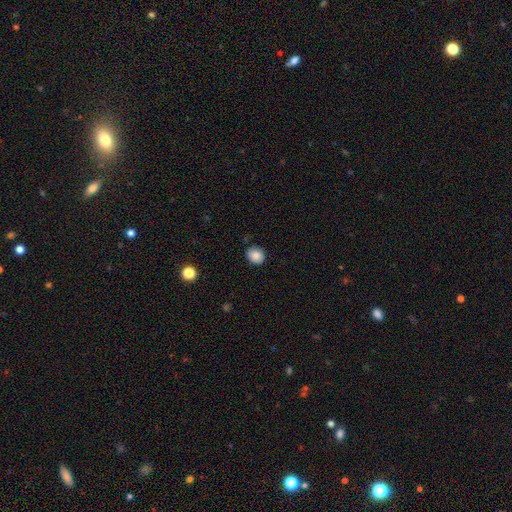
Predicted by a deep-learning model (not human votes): This is clearly a smooth galaxy (84%). How rounded: likely round (72%). Merging: clearly none (84%).